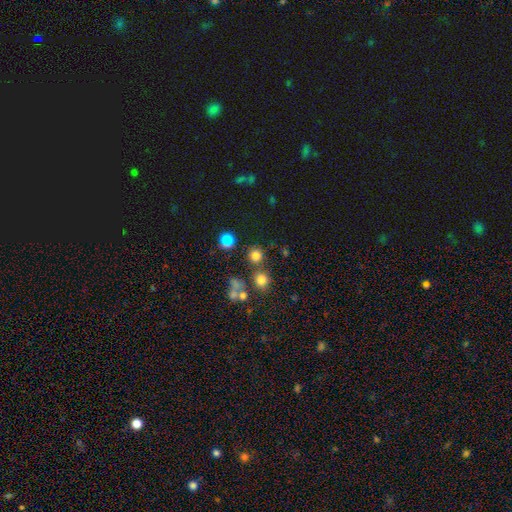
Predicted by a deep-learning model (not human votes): Overall: smooth (75%). How rounded: round (91%). Merging: none (74%).